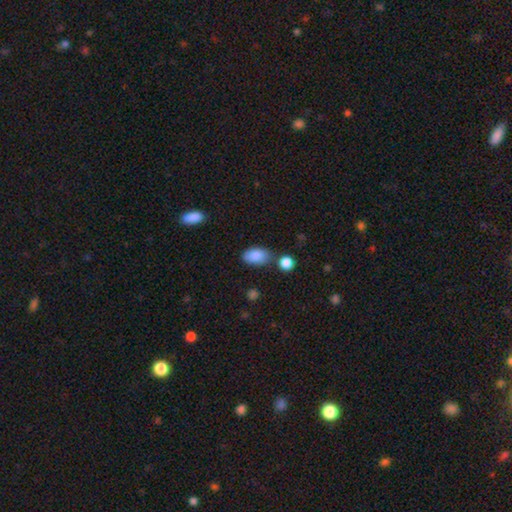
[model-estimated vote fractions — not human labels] Q: Smooth or featured?
A: smooth (87%); runner-up: star or artifact (7%)
Q: How rounded?
A: in between (92%); runner-up: round (6%)
Q: Merging?
A: none (70%); runner-up: minor disturbance (17%)